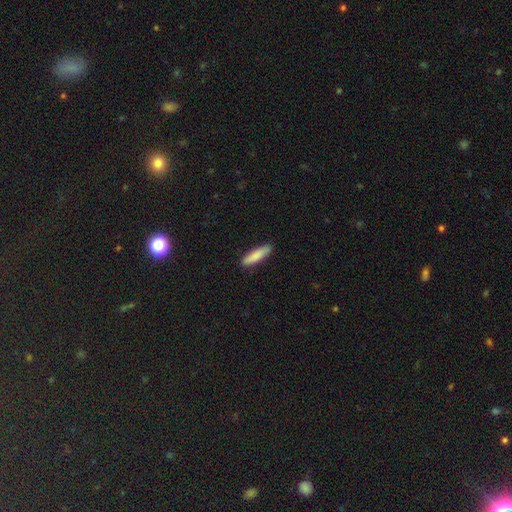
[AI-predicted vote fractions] smooth 85%, featured or disk 9%, star or artifact 6%. Down the decision tree: how rounded — cigar-shaped (75%); merging — none (89%).